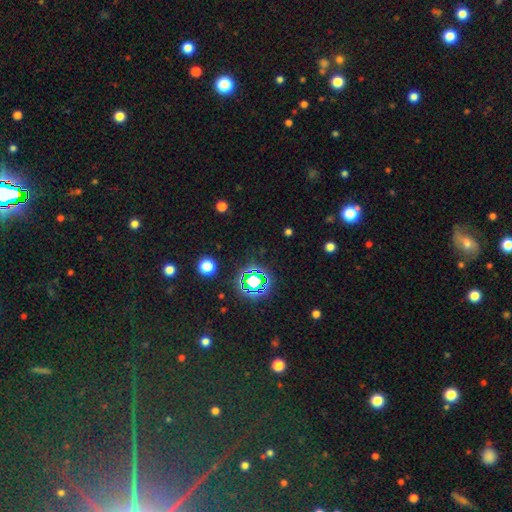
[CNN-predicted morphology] Smooth or featured?
  - star or artifact: 73% *
  - smooth: 18%
  - featured or disk: 9%